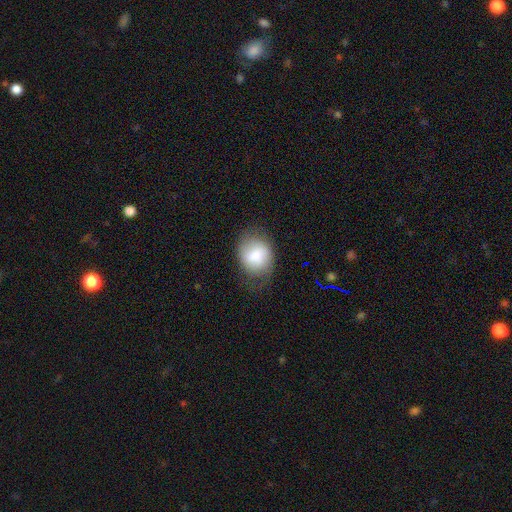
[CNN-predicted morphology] Smooth or featured? Predicted: smooth (p=0.77). How rounded? Predicted: round (p=0.54). Merging? Predicted: none (p=0.65).